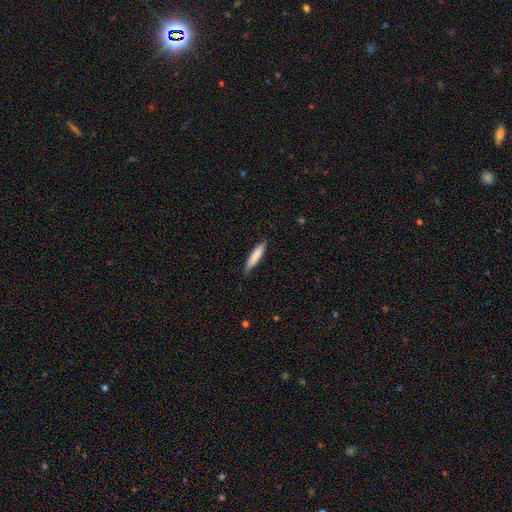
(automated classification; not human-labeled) Smooth or featured?
  - smooth: 82% *
  - featured or disk: 13%
  - star or artifact: 5%
How rounded?
  - cigar-shaped: 87% *
  - in between: 12%
  - round: 1%
Merging?
  - none: 85% *
  - minor disturbance: 12%
  - major disturbance: 2%
  - merger: 1%